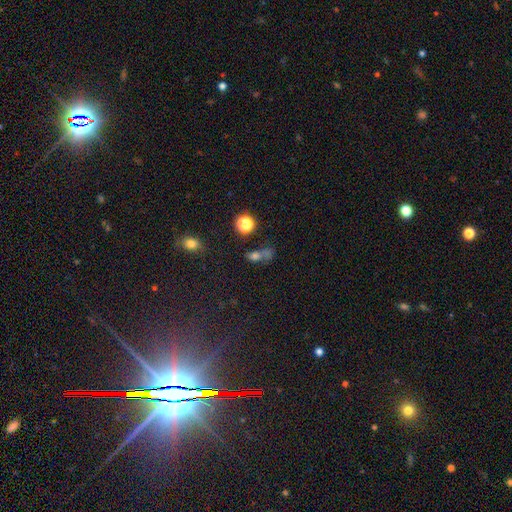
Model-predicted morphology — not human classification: smooth_or_featured: smooth (p=0.62) [alt: star or artifact p=0.25]
how_rounded: in between (p=0.54) [alt: round p=0.39]
merging: merger (p=0.40) [alt: none p=0.36]